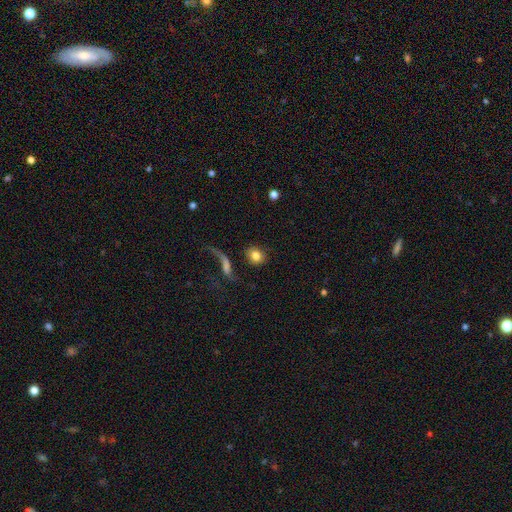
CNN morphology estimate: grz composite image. It shows a smooth galaxy with no disk features (78%) that is round (75%). Merging: none (73%).